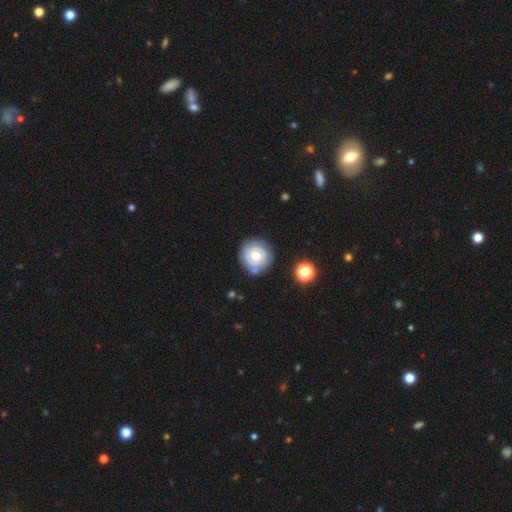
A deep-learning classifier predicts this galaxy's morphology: The model was most divided on "smooth or featured": featured or disk: 66%, smooth: 27%, star or artifact: 7%. More confident: edge-on disk — no (97%); bulge size — moderate (78%); merging — none (76%); bar — no (74%); spiral arms — yes (71%).